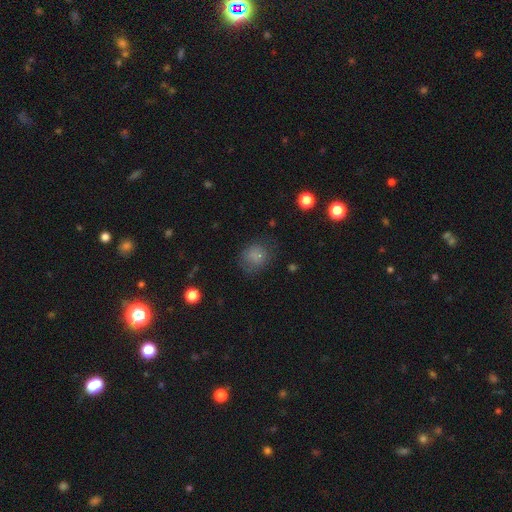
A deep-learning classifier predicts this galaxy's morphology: type=smooth (76%); roundness=round (75%); merging=none (66%).